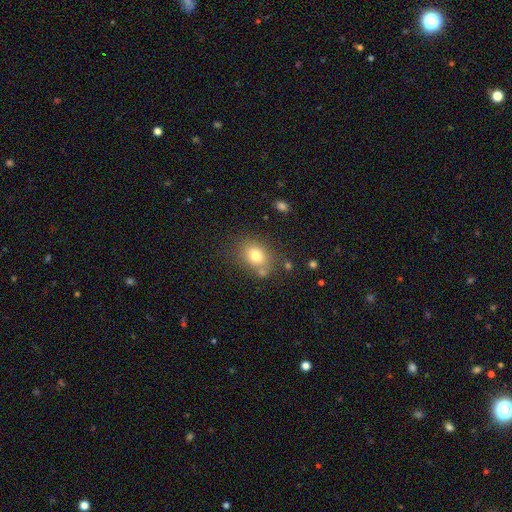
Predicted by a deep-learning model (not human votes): This appears to be a smooth galaxy with no disk features (78%) that is in between round and cigar-shaped (54%). Merging: none (69%).